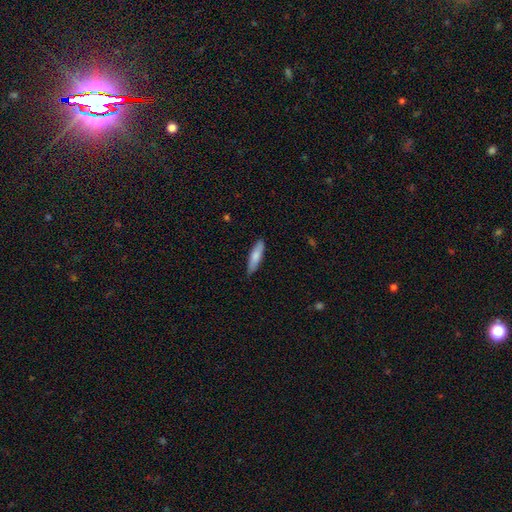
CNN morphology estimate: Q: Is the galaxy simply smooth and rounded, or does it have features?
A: smooth — 79%.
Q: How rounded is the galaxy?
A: cigar-shaped — 69%.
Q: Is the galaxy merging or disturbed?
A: none — 84%.